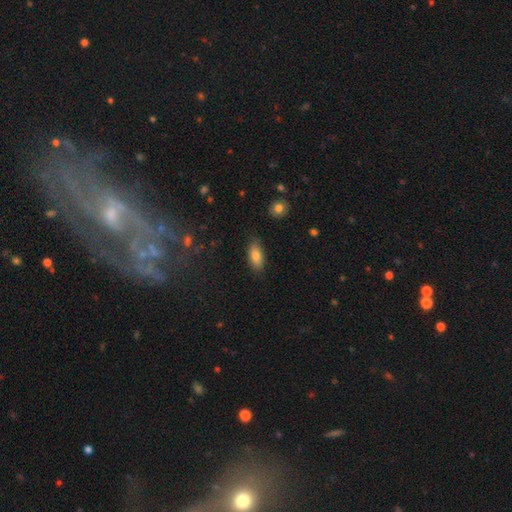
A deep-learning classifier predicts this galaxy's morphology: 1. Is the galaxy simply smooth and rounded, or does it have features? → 81% smooth, 12% featured or disk, 7% star or artifact.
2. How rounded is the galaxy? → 87% in between, 10% cigar-shaped, 3% round.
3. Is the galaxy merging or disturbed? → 81% none, 15% minor disturbance, 3% major disturbance, 2% merger.